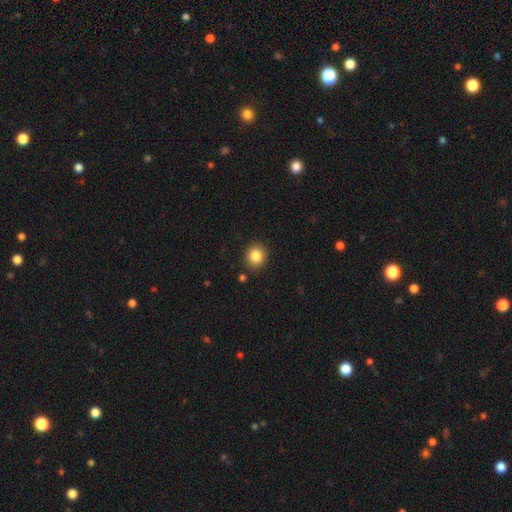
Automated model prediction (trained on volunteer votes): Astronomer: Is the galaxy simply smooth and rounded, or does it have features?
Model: smooth — 85%.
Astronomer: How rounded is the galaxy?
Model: round — 79%.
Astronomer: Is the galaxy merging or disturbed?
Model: none — 89%.